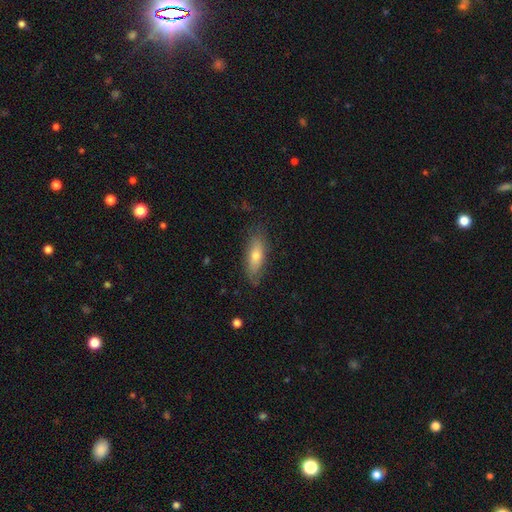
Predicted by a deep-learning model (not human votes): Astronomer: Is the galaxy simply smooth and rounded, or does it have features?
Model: smooth — 63%.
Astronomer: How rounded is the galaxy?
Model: in between — 59% (runner-up: cigar-shaped, 38%).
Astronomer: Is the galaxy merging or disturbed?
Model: none — 77%.